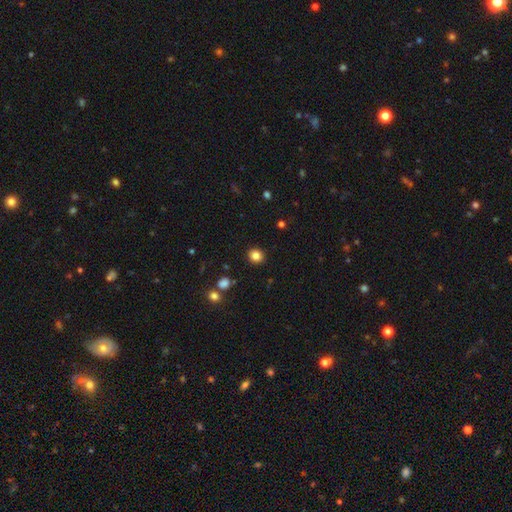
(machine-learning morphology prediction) A smooth galaxy with no disk features (84%) that is round (86%). Merging: none (91%).